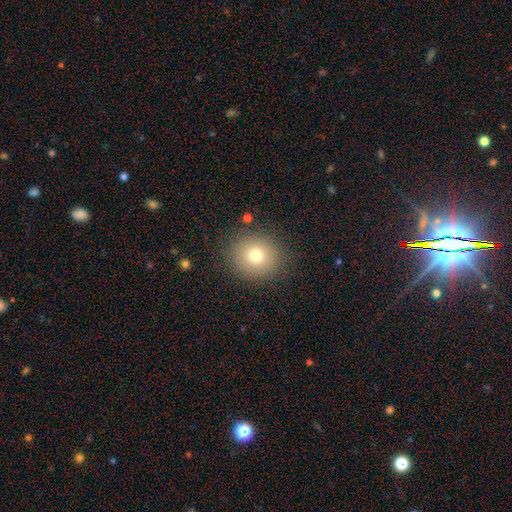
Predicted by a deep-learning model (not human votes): smooth 76%, star or artifact 13%, featured or disk 11%. Down the decision tree: how rounded — round (83%); merging — none (88%).